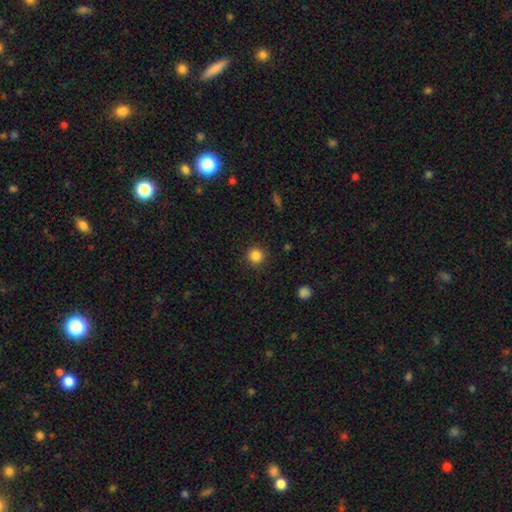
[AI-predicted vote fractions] This is clearly a smooth galaxy (85%). How rounded: clearly round (95%). Merging: clearly none (91%).